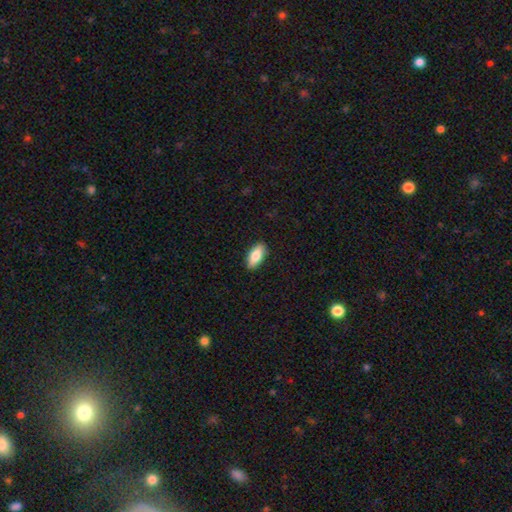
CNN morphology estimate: A smooth galaxy with no disk features (79%) that is in between round and cigar-shaped (84%).

Vote fractions:
- Smooth or featured? smooth: 79% / featured or disk: 15% / star or artifact: 6%
- How rounded? in between: 84% / cigar-shaped: 13% / round: 3%
- Merging? none: 89% / minor disturbance: 9% / major disturbance: 2% / merger: 1%